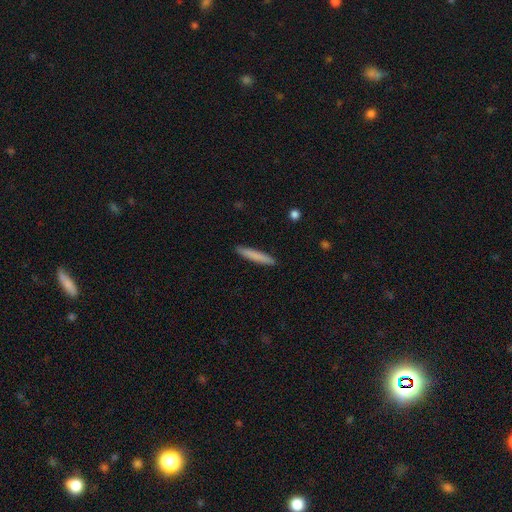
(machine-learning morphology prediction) Q: Smooth or featured?
A: smooth (80%); runner-up: featured or disk (14%)
Q: How rounded?
A: cigar-shaped (95%); runner-up: in between (4%)
Q: Merging?
A: none (92%); runner-up: minor disturbance (6%)